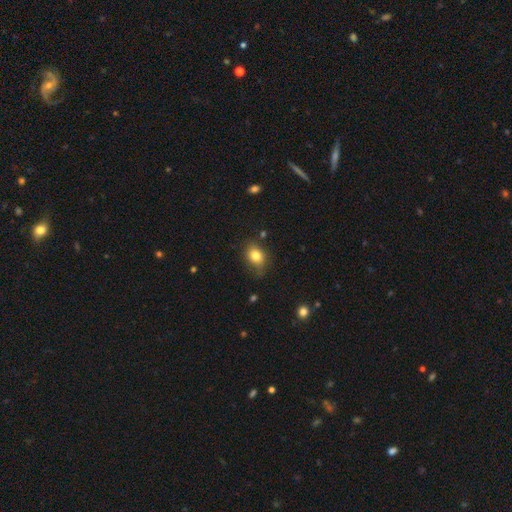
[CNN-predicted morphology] Smooth or featured: smooth — 81% (star or artifact — 10%)
How rounded: in between — 64% (round — 35%)
Merging: none — 71% (minor disturbance — 22%)